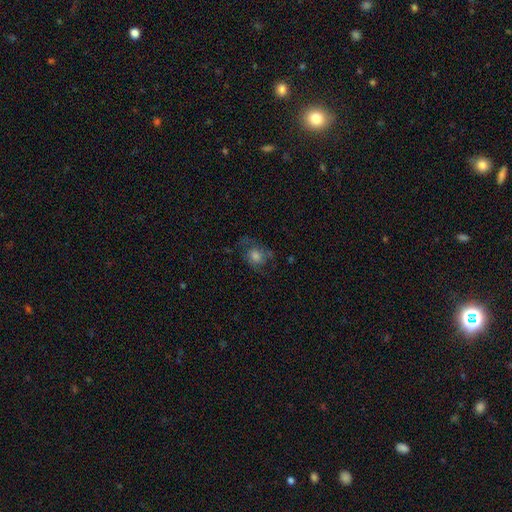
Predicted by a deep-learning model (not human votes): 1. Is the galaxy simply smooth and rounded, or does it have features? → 45% smooth, 40% featured or disk, 15% star or artifact.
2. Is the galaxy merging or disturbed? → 53% none, 22% major disturbance, 22% minor disturbance, 2% merger.